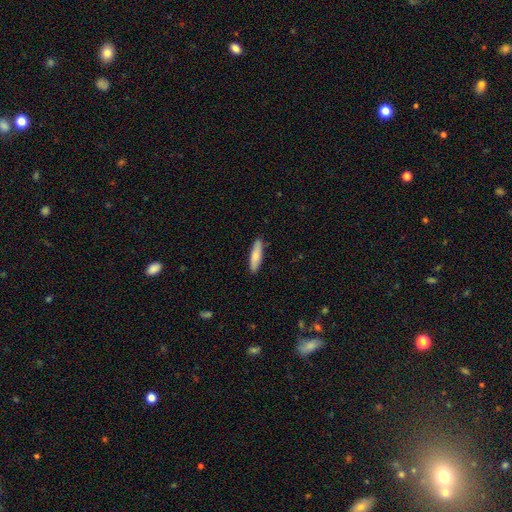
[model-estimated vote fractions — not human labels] Morphology: type=smooth (77%); roundness=cigar-shaped (73%); merging=none (89%).